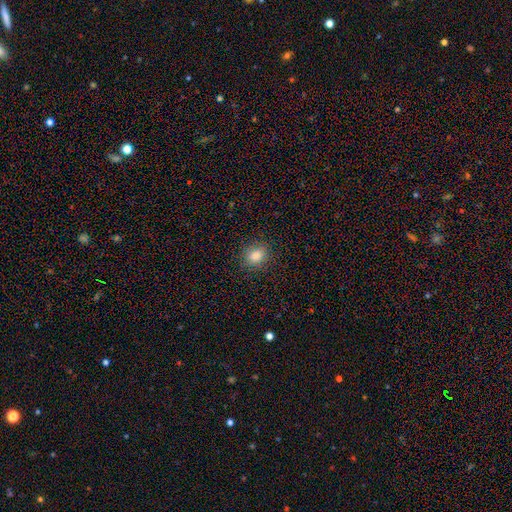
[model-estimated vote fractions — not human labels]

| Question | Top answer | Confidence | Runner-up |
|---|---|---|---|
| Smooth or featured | smooth | 85% | star or artifact (11%) |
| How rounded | round | 63% | in between (35%) |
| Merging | none | 88% | minor disturbance (8%) |